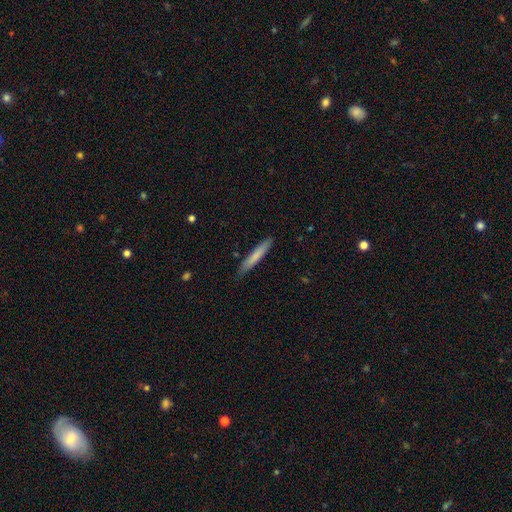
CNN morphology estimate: Overall: smooth (74%). How rounded: cigar-shaped (95%). Merging: none (86%).